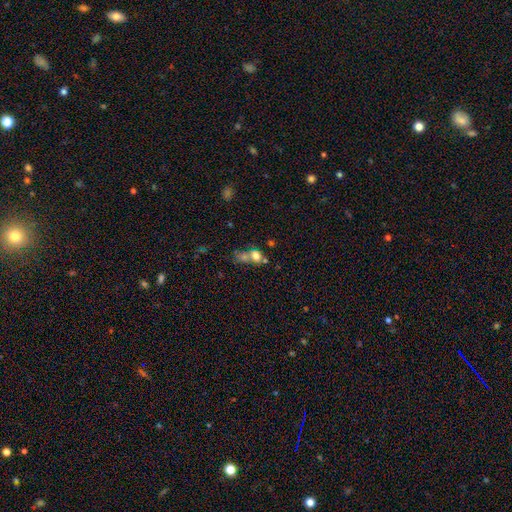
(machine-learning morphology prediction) type=smooth (68%); roundness=round (58%); merging=merger (53%).